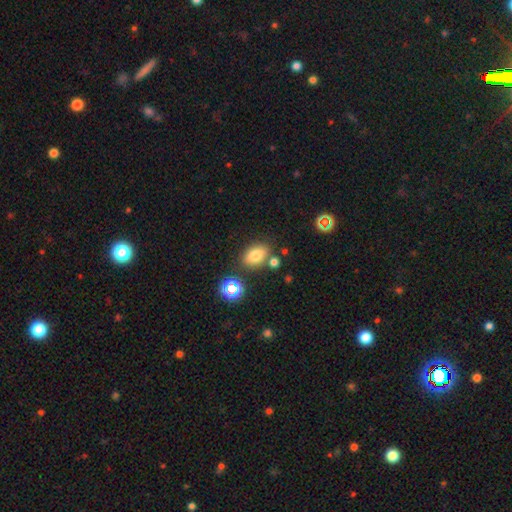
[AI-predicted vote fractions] Overall: smooth (75%). How rounded: in between (81%). Merging: none (75%).